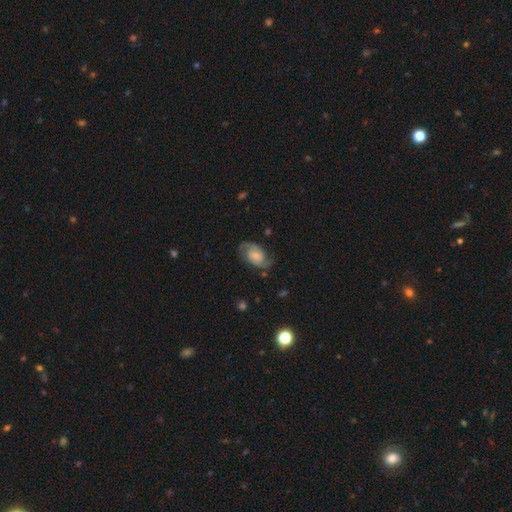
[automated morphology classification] smooth_or_featured: featured or disk (p=0.75) [alt: smooth p=0.18]
disk_edge_on: no (p=0.97) [alt: yes p=0.03]
bar: no (p=0.64) [alt: weak p=0.30]
has_spiral_arms: yes (p=0.95) [alt: no p=0.05]
spiral_winding: medium (p=0.49) [alt: loose p=0.28]
spiral_arm_count: 2 (p=0.90) [alt: can't tell p=0.04]
bulge_size: small (p=0.39) [alt: none p=0.23]
merging: none (p=0.72) [alt: minor disturbance p=0.18]